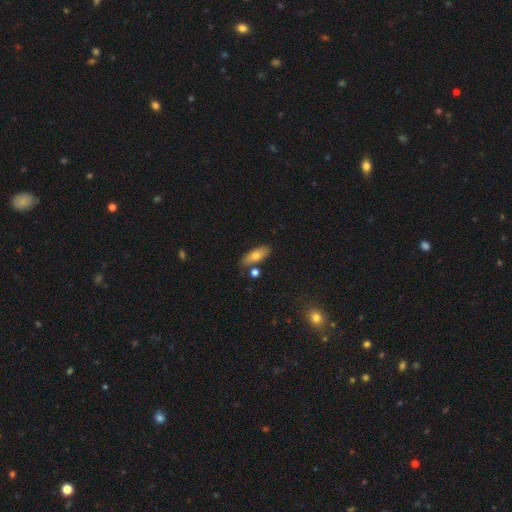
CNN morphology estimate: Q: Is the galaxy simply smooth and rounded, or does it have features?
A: smooth — 73%.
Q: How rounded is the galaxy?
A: in between — 74%.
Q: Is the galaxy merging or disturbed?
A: none — 75%.